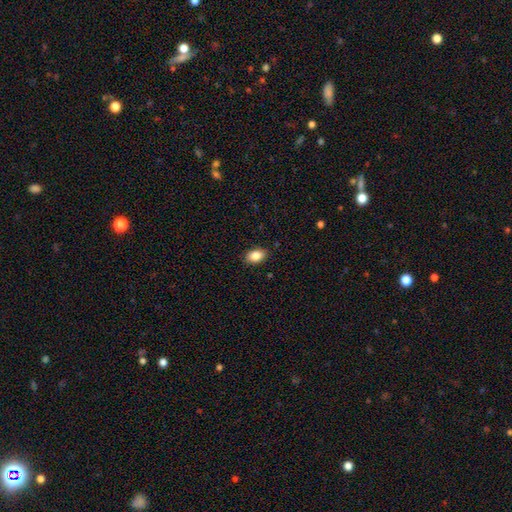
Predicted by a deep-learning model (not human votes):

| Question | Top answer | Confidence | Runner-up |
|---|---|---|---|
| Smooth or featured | smooth | 86% | star or artifact (8%) |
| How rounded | in between | 85% | round (14%) |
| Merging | none | 88% | minor disturbance (9%) |